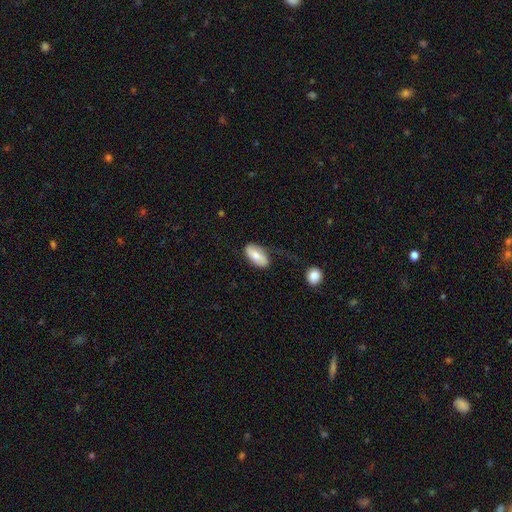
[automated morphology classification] Smooth or featured: smooth — 69% (featured or disk — 25%)
How rounded: in between — 92% (cigar-shaped — 5%)
Merging: none — 60% (minor disturbance — 26%)